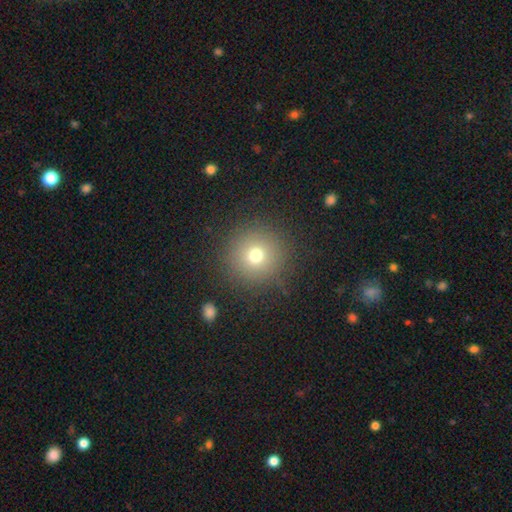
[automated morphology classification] This appears to be a smooth galaxy with no disk features (69%) that is round (95%). Merging: none (88%).